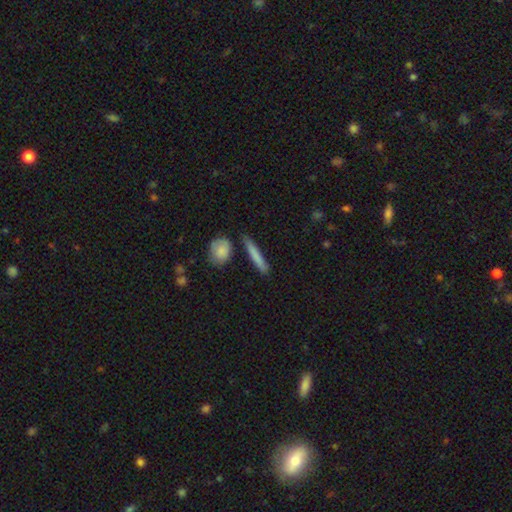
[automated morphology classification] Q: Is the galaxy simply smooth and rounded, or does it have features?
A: smooth — 76%.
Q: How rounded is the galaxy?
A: cigar-shaped — 91%.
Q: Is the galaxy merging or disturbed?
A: none — 83%.